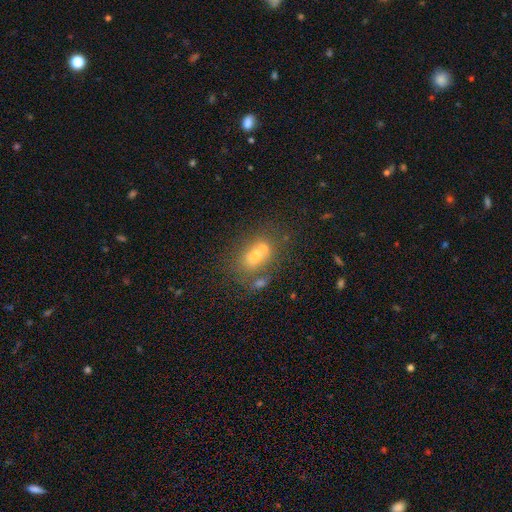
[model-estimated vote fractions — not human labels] smooth_or_featured: smooth (p=0.58) [alt: featured or disk p=0.26]
how_rounded: in between (p=0.65) [alt: round p=0.32]
merging: merger (p=0.45) [alt: none p=0.38]